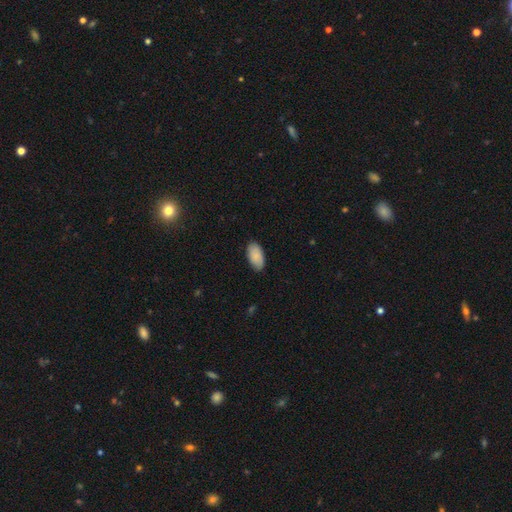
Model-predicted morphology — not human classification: The model was most divided on "merging": none: 83%, minor disturbance: 14%, major disturbance: 2%, merger: 1%. More confident: how rounded — in between (95%); smooth or featured — smooth (88%).